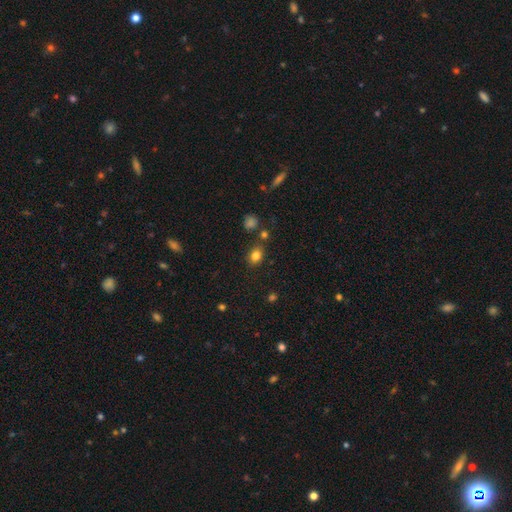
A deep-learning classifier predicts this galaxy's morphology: The model was most divided on "how rounded": in between: 53%, round: 46%, cigar-shaped: 1%. More confident: smooth or featured — smooth (81%); merging — none (78%).